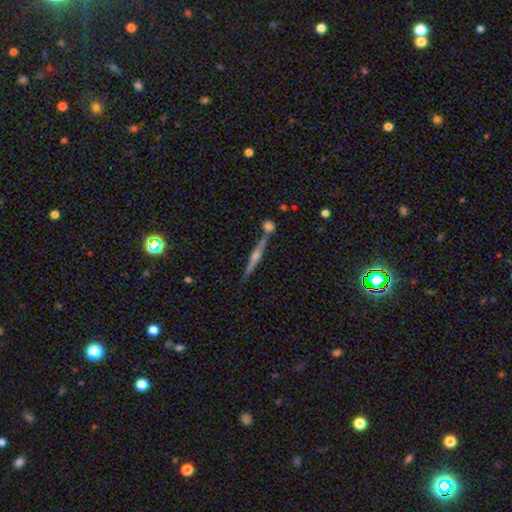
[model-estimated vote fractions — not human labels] smooth-or-featured: featured or disk: 76% | smooth: 15% | star or artifact: 9%
  disk-edge-on: yes: 98% | no: 2%
    edge-on-bulge: rounded: 85% | none: 9% | boxy: 7%
  merging: none: 77% | merger: 12% | minor disturbance: 8% | major disturbance: 2%